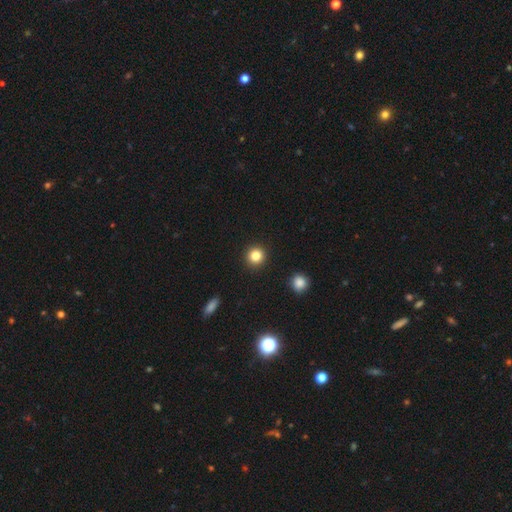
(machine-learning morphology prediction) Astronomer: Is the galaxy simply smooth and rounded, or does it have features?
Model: smooth — 83%.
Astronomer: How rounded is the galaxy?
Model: round — 93%.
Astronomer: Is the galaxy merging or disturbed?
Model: none — 93%.